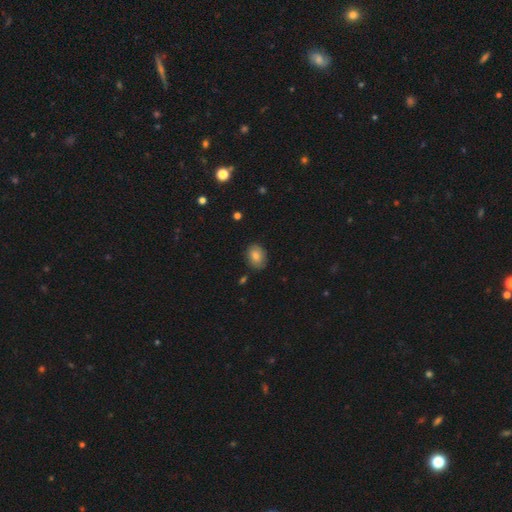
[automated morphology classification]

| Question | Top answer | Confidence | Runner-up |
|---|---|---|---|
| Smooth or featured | smooth | 79% | featured or disk (13%) |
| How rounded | in between | 72% | round (27%) |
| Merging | none | 82% | minor disturbance (14%) |